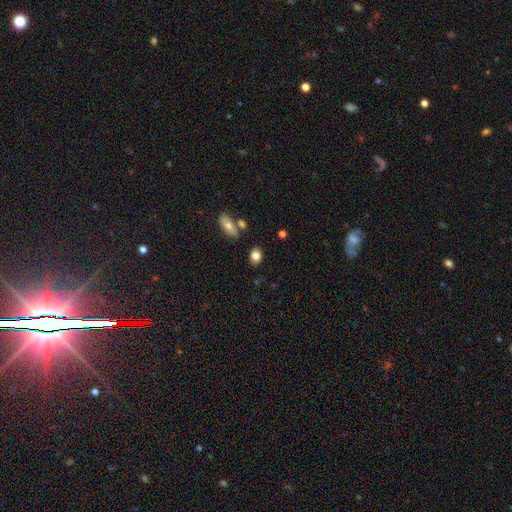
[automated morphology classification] Smooth or featured? smooth (82%)
How rounded? in between (74%)
Merging? none (81%)